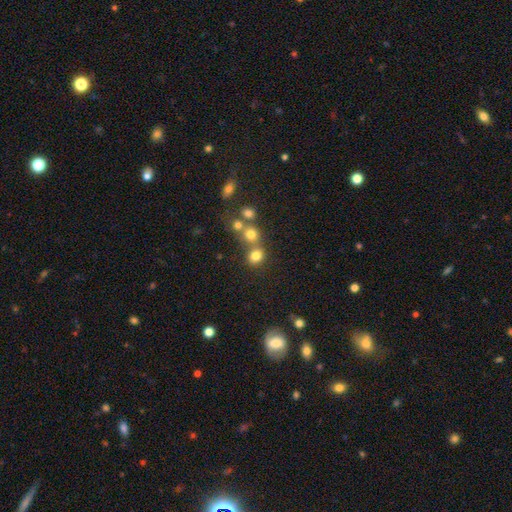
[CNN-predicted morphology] type=smooth (76%); roundness=round (75%); merging=none (56%).